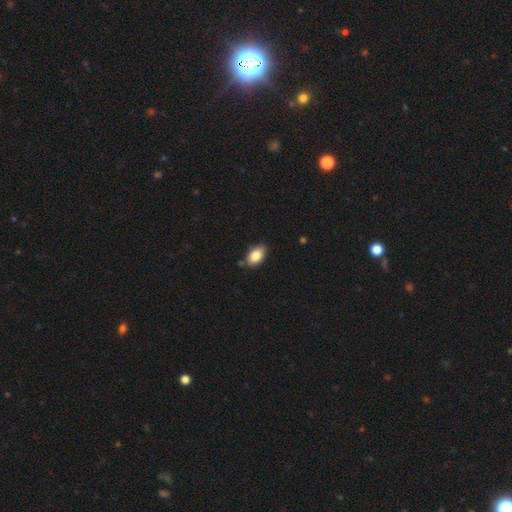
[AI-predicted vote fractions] Smooth or featured? smooth (84%)
How rounded? in between (90%)
Merging? none (77%)